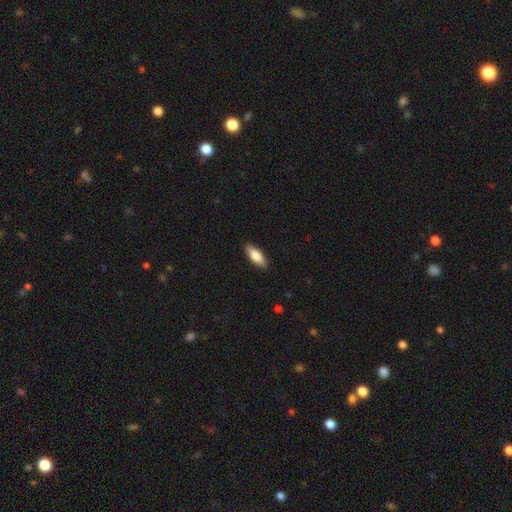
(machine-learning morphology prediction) Smooth or featured: smooth — 79% (featured or disk — 16%)
How rounded: in between — 69% (cigar-shaped — 30%)
Merging: none — 89% (minor disturbance — 9%)